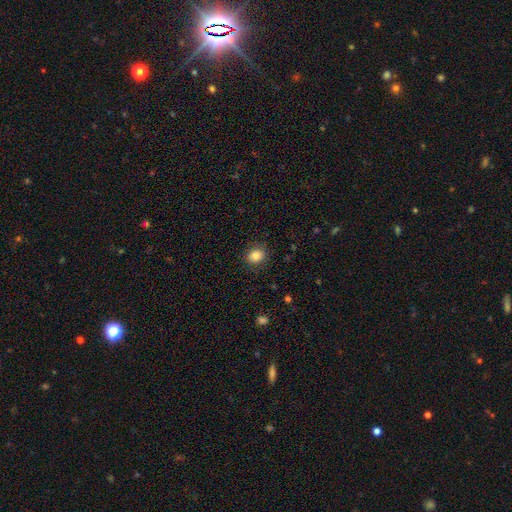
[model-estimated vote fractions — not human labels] Smooth or featured?
  - smooth: 84% *
  - star or artifact: 10%
  - featured or disk: 5%
How rounded?
  - round: 64% *
  - in between: 35%
  - cigar-shaped: 1%
Merging?
  - none: 88% *
  - minor disturbance: 8%
  - major disturbance: 3%
  - merger: 1%